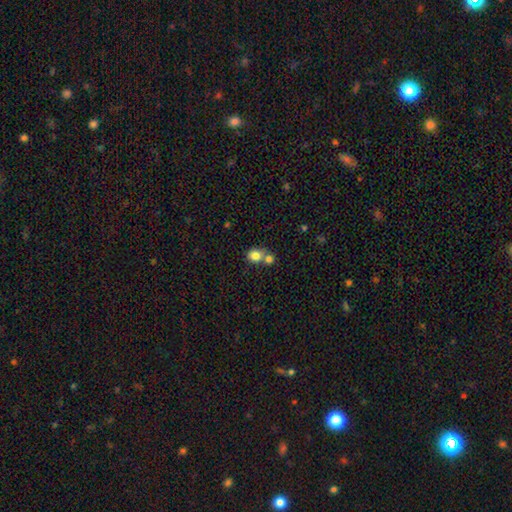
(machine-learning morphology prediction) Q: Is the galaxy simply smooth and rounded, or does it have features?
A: smooth — 81%.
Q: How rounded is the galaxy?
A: round — 68%.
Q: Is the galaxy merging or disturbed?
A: merger — 50%.